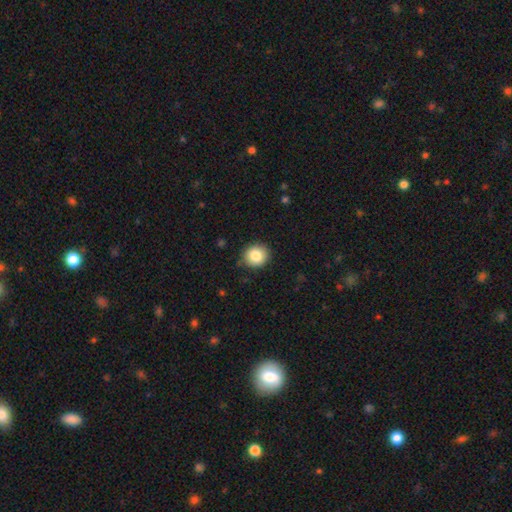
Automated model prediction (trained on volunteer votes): Smooth or featured?
  - smooth: 84% *
  - star or artifact: 9%
  - featured or disk: 7%
How rounded?
  - round: 87% *
  - in between: 12%
  - cigar-shaped: 1%
Merging?
  - none: 86% *
  - minor disturbance: 10%
  - major disturbance: 2%
  - merger: 1%